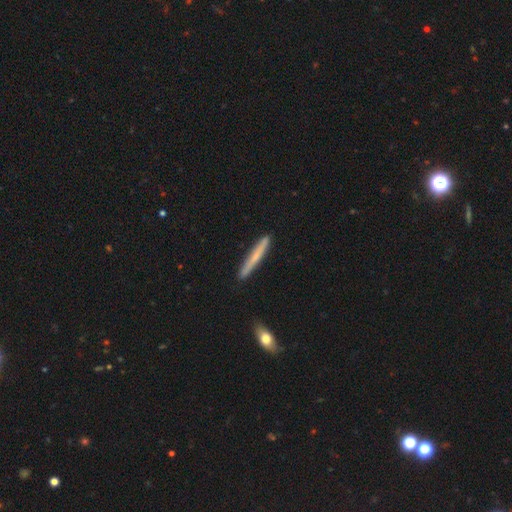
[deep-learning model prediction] This is possibly a smooth galaxy (56%). How rounded: clearly cigar-shaped (96%). Merging: clearly none (89%).